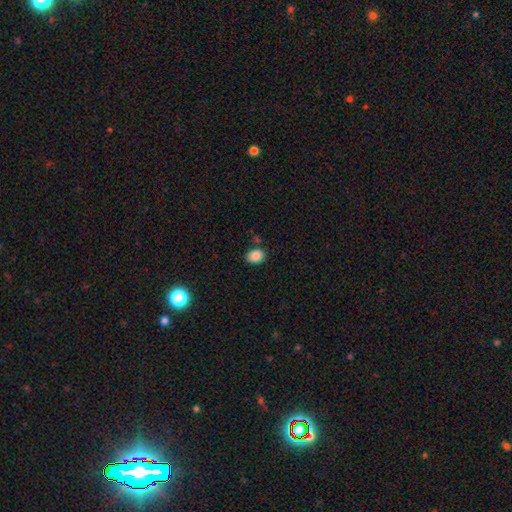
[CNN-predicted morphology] smooth_or_featured: smooth (p=0.87) [alt: star or artifact p=0.09]
how_rounded: in between (p=0.62) [alt: round p=0.37]
merging: none (p=0.79) [alt: minor disturbance p=0.13]